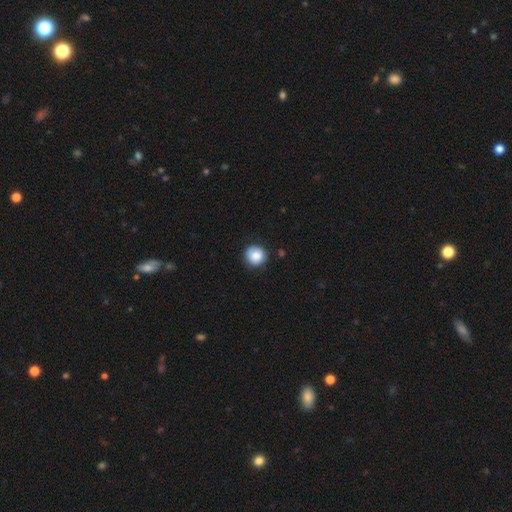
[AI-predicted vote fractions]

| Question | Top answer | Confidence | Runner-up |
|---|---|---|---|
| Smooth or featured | smooth | 86% | star or artifact (8%) |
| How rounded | round | 93% | in between (7%) |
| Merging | none | 83% | minor disturbance (13%) |